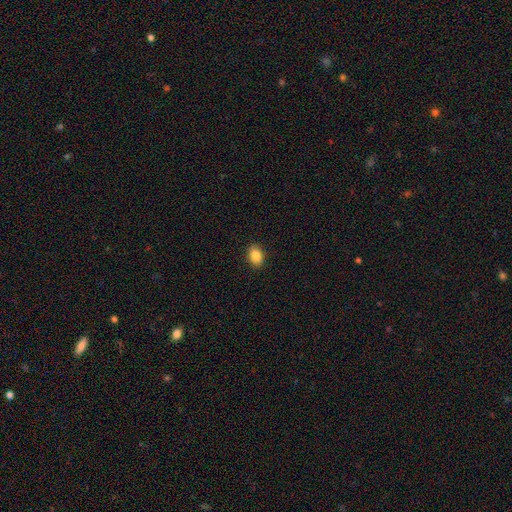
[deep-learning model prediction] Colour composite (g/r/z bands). It shows a smooth galaxy with no disk features (88%) that is in between round and cigar-shaped (80%). Merging: none (90%).